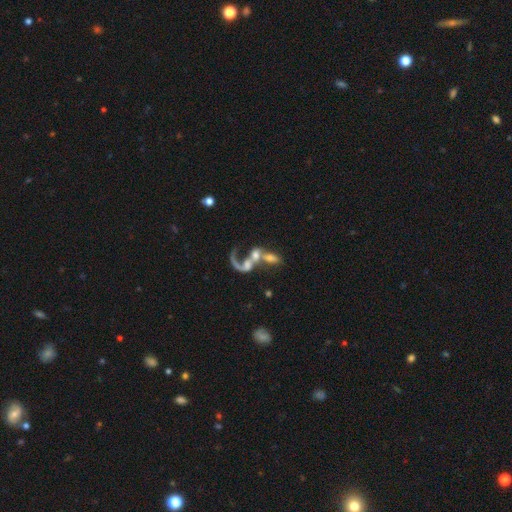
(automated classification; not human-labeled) Smooth or featured: featured or disk — 61% (smooth — 29%)
Edge-on disk: no — 94% (yes — 6%)
Bar: no — 68% (weak — 22%)
Spiral arms: yes — 56% (no — 44%)
Bulge size: none — 31% (moderate — 30%)
Merging: merger — 70% (major disturbance — 14%)